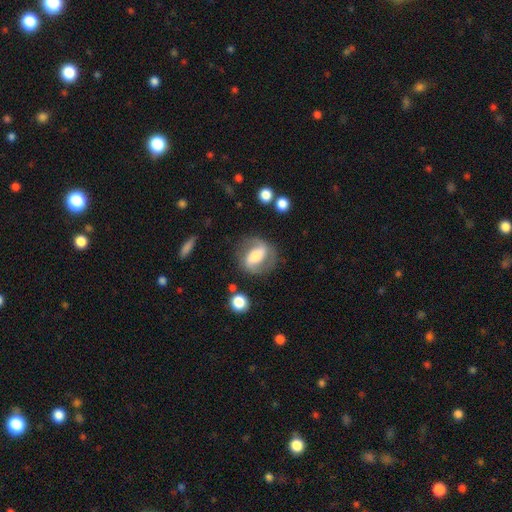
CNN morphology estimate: A featured or disk galaxy (68%) with a strong bar (51%), 2 (87%) medium (47%) spiral arms (81%) and a moderate central bulge (51%). Merging: none (73%).